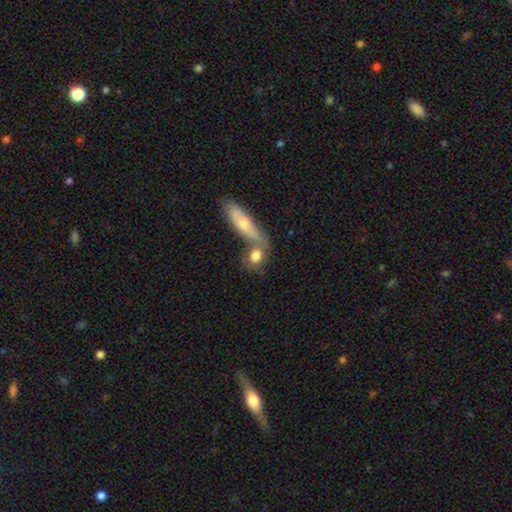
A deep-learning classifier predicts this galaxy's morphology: smooth_or_featured: smooth (p=0.70) [alt: featured or disk p=0.23]
how_rounded: round (p=0.44) [alt: in between p=0.40]
merging: none (p=0.44) [alt: merger p=0.39]